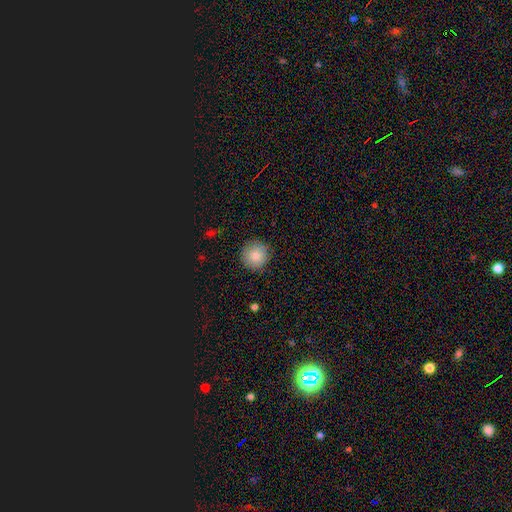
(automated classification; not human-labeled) This appears to be a smooth galaxy with no disk features (83%) that is round (95%). Merging: none (89%).